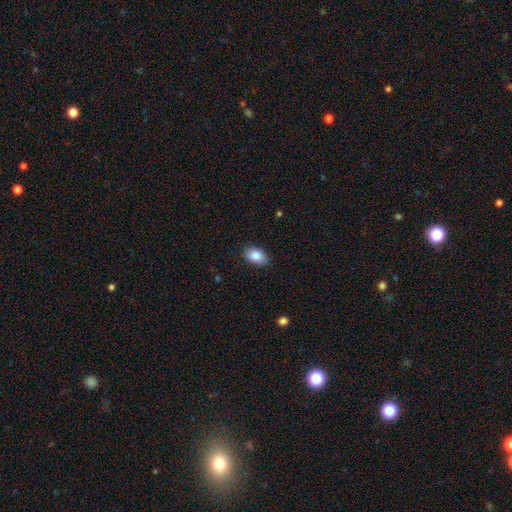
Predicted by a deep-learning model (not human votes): Morphology: type=smooth (85%); roundness=in between (88%); merging=none (87%).